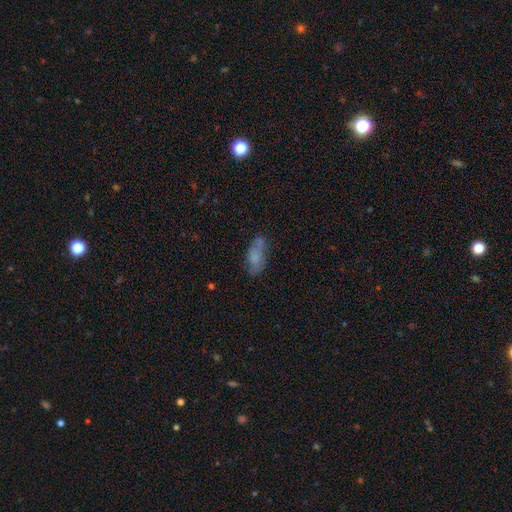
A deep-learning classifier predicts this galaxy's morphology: Smooth or featured? smooth (68%)
How rounded? in between (81%)
Merging? none (53%)